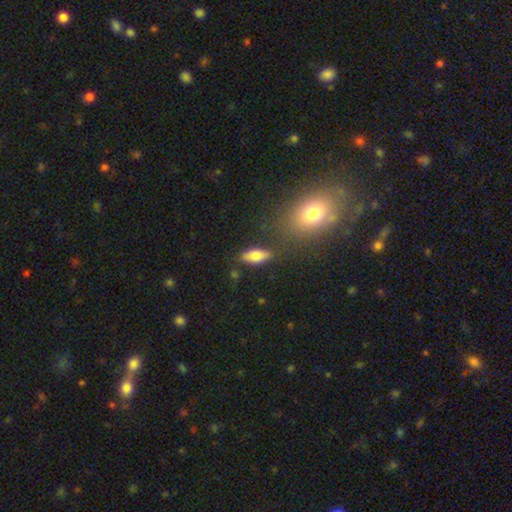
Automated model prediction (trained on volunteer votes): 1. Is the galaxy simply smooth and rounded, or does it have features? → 77% smooth, 15% featured or disk, 8% star or artifact.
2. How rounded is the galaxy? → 81% in between, 15% cigar-shaped, 4% round.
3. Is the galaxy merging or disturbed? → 77% none, 14% minor disturbance, 5% merger, 4% major disturbance.